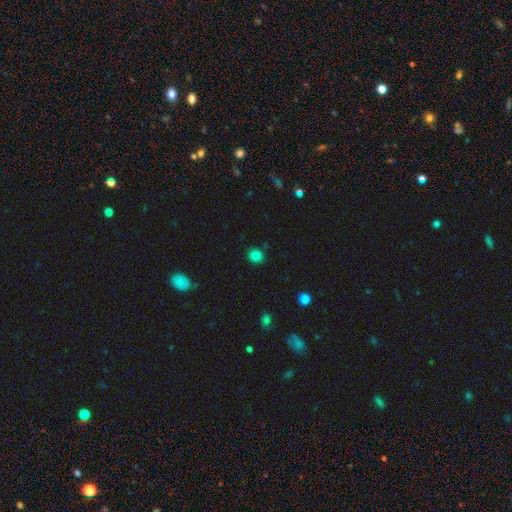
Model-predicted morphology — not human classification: A smooth galaxy with no disk features (82%) that is round (83%). Merging: none (88%).